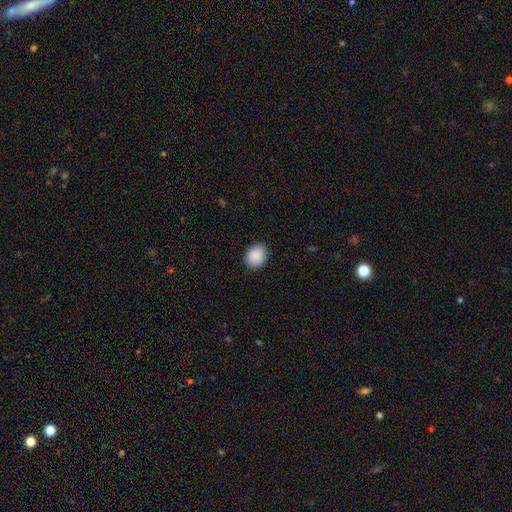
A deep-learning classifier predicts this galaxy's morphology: smooth 89%, star or artifact 7%, featured or disk 3%. Down the decision tree: how rounded — round (53%); merging — none (85%).